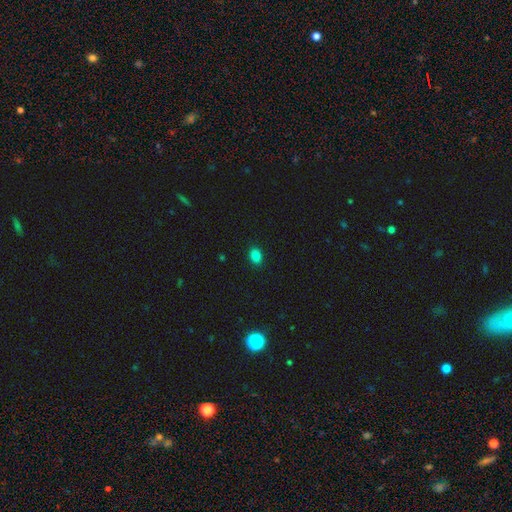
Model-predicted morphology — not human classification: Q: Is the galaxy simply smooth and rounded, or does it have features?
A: smooth — 84%.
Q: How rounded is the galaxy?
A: in between — 68%.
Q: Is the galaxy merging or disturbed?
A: none — 90%.